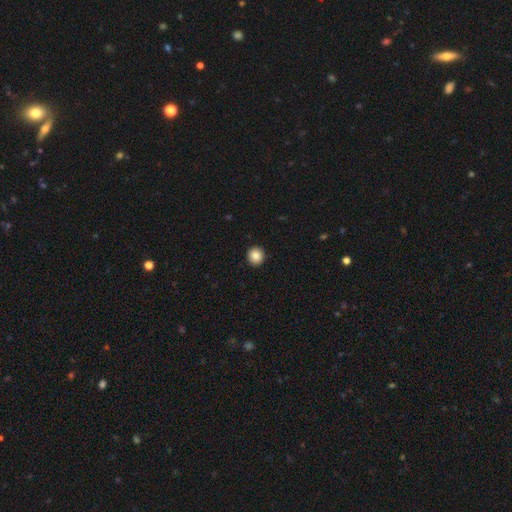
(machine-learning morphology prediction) This appears to be a smooth galaxy with no disk features (86%) that is round (93%). Merging: none (93%).